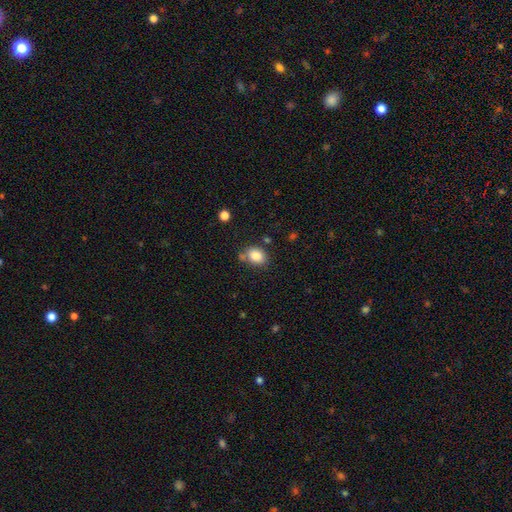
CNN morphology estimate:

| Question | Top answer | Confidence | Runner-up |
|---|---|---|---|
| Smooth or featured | smooth | 84% | star or artifact (9%) |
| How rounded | in between | 61% | round (38%) |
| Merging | none | 69% | minor disturbance (17%) |